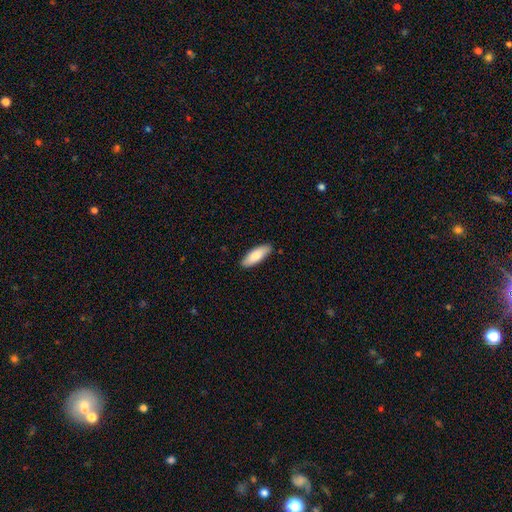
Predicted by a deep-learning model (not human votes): Smooth or featured?
  - smooth: 84% *
  - featured or disk: 11%
  - star or artifact: 5%
How rounded?
  - in between: 65% *
  - cigar-shaped: 33%
  - round: 2%
Merging?
  - none: 87% *
  - minor disturbance: 10%
  - major disturbance: 2%
  - merger: 1%